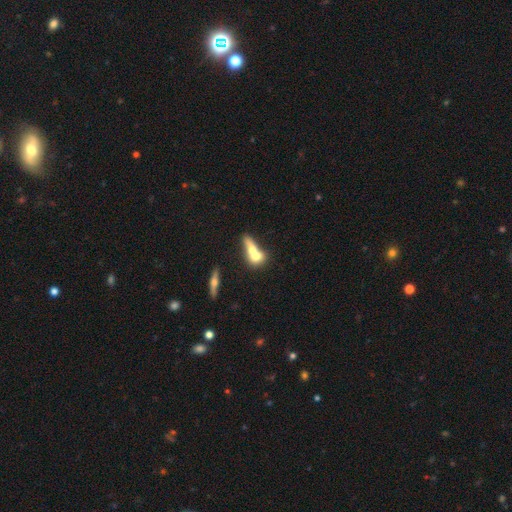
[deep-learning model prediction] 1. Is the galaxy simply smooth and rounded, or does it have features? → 62% smooth, 30% featured or disk, 8% star or artifact.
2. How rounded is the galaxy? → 49% in between, 33% round, 18% cigar-shaped.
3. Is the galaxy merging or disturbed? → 69% merger, 20% none, 6% minor disturbance, 5% major disturbance.